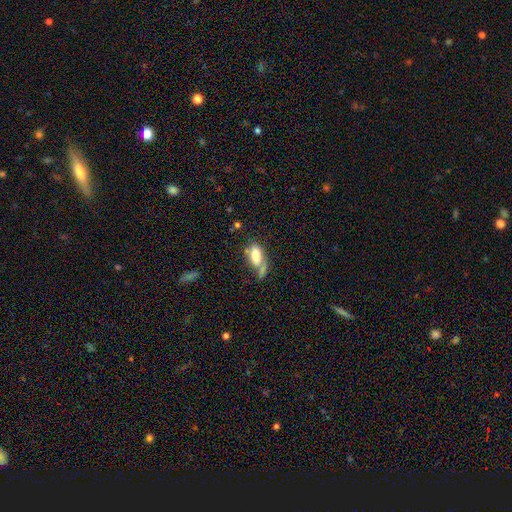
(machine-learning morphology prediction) Smooth or featured? smooth (73%)
How rounded? in between (85%)
Merging? none (35%)